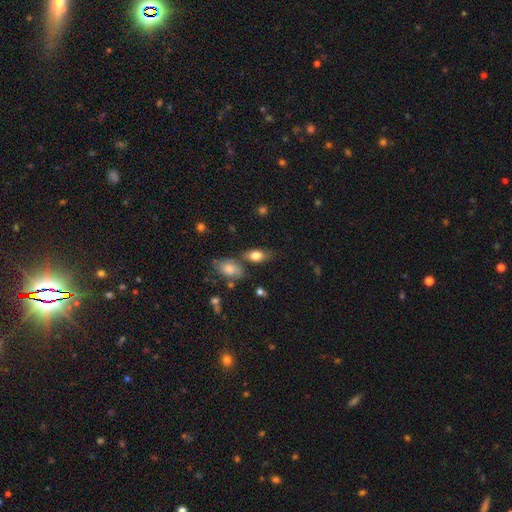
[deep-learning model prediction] smooth 77%, featured or disk 15%, star or artifact 8%. Down the decision tree: how rounded — in between (84%); merging — none (65%).